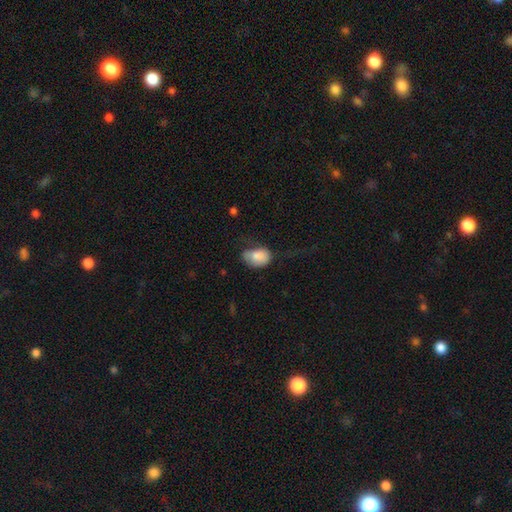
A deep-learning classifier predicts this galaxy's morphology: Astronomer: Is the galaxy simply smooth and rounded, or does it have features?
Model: smooth — 81%.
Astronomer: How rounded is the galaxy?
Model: in between — 78%.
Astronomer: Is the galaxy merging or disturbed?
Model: minor disturbance — 35% (runner-up: none, 32%).